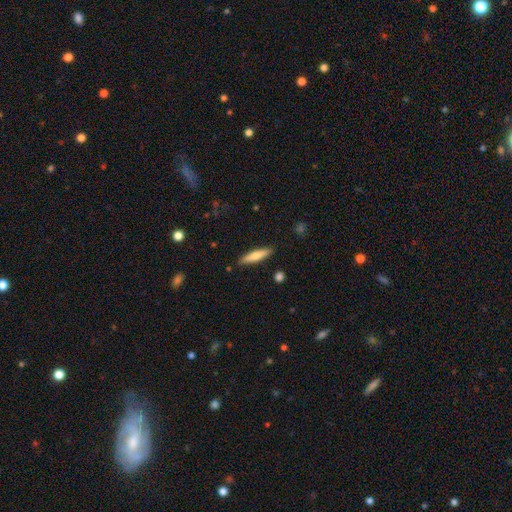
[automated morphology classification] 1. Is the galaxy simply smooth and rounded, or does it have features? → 65% smooth, 29% featured or disk, 6% star or artifact.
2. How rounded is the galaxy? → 82% cigar-shaped, 16% in between, 2% round.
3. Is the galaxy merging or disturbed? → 89% none, 8% minor disturbance, 2% major disturbance, 2% merger.